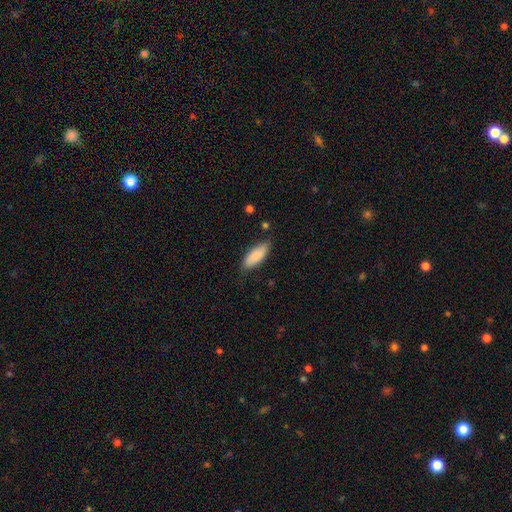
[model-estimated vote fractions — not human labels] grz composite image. It shows a smooth galaxy with no disk features (84%) that is in between round and cigar-shaped (77%). Merging: none (76%).